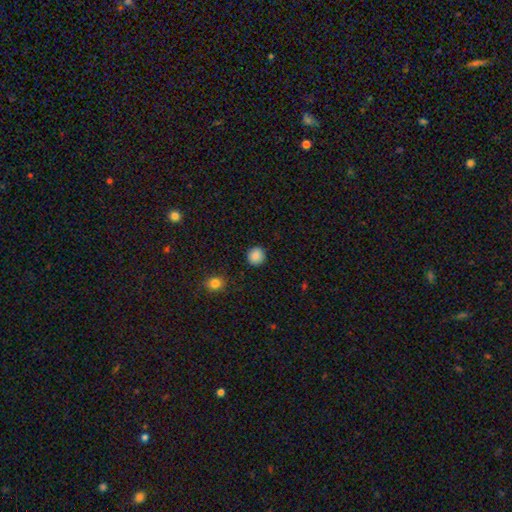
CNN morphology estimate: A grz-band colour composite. It shows a smooth galaxy with no disk features (88%) that is round (90%). Merging: none (91%).